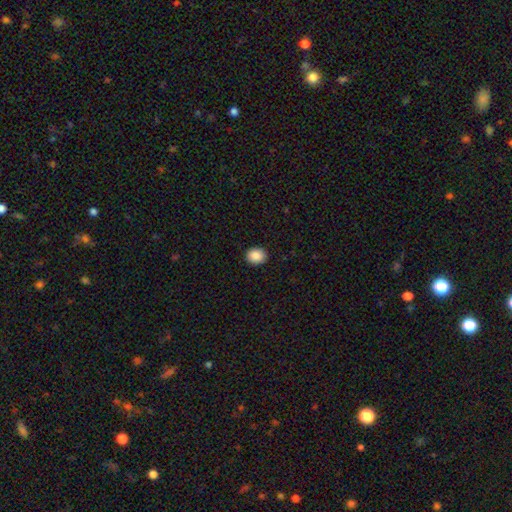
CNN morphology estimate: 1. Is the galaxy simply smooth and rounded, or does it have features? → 88% smooth, 8% star or artifact, 3% featured or disk.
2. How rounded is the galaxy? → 65% round, 34% in between, 1% cigar-shaped.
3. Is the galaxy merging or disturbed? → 91% none, 6% minor disturbance, 2% major disturbance, 1% merger.